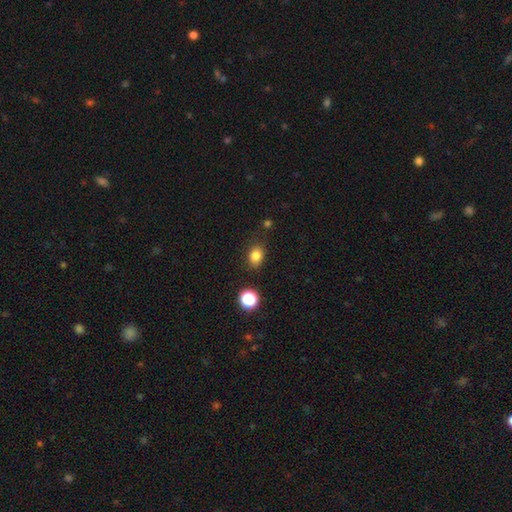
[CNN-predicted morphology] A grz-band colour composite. It shows a smooth galaxy with no disk features (82%) that is in between round and cigar-shaped (61%). Merging: none (79%).